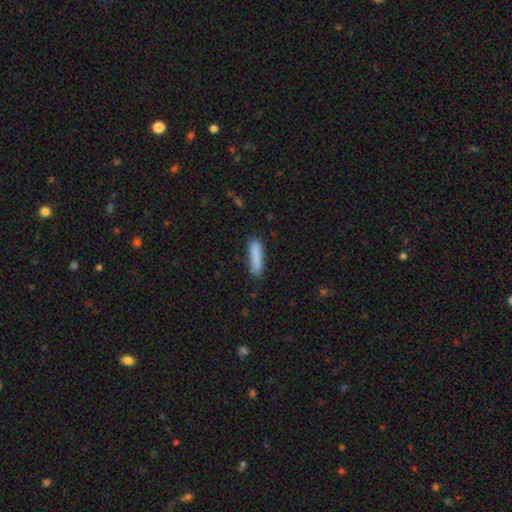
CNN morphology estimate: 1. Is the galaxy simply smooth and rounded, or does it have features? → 86% smooth, 7% featured or disk, 6% star or artifact.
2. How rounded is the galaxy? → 82% cigar-shaped, 17% in between, 1% round.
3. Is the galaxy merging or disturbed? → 84% none, 12% minor disturbance, 2% major disturbance, 2% merger.